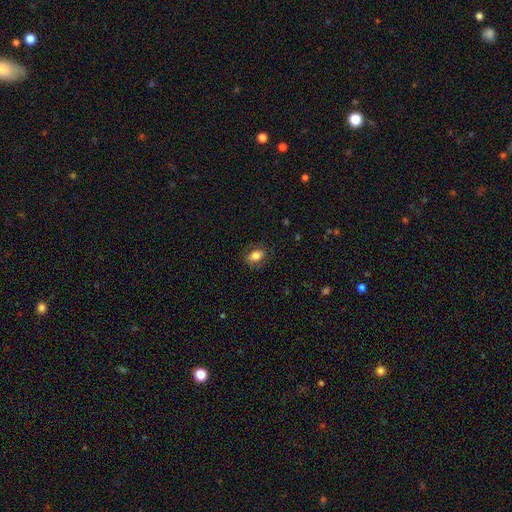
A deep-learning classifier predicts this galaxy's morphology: Q: Smooth or featured?
A: smooth (79%); runner-up: featured or disk (13%)
Q: How rounded?
A: in between (84%); runner-up: round (13%)
Q: Merging?
A: none (82%); runner-up: minor disturbance (13%)